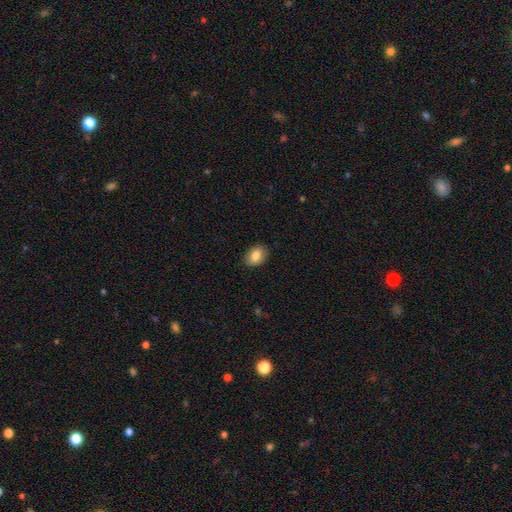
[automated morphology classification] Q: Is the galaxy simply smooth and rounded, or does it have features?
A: smooth — 83%.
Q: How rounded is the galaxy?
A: in between — 77%.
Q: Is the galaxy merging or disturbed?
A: none — 88%.